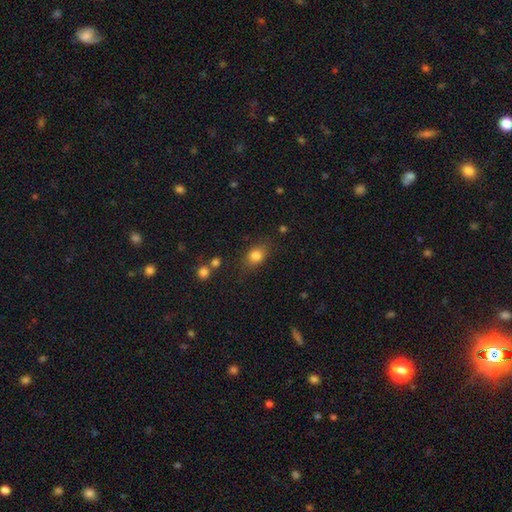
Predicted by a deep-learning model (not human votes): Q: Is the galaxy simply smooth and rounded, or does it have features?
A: smooth — 81%.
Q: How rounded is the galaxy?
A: in between — 61%.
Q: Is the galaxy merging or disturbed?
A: none — 75%.